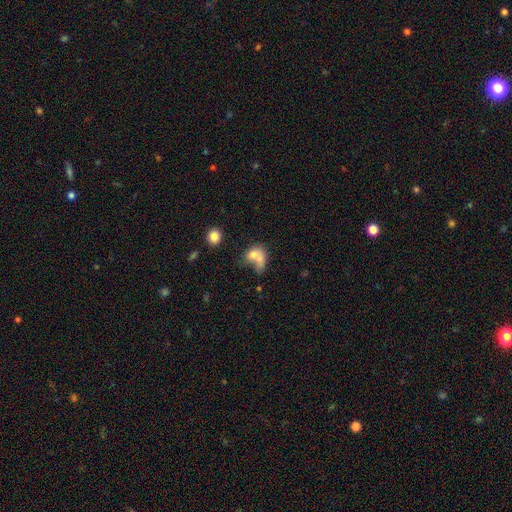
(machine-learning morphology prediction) This appears to be a smooth galaxy with no disk features (69%) that is in between round and cigar-shaped (62%). Merging: merger (61%).